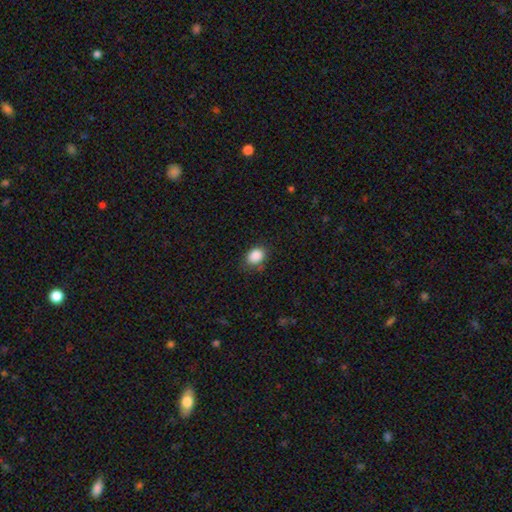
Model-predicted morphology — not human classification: The model was most divided on "how rounded": in between: 59%, round: 40%, cigar-shaped: 1%. More confident: smooth or featured — smooth (87%); merging — none (76%).